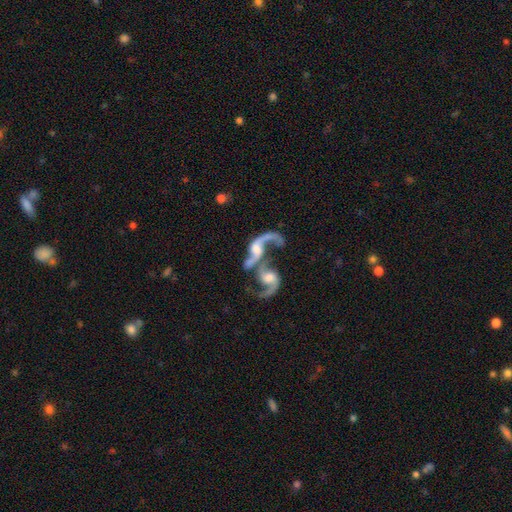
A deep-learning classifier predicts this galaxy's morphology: Q: Smooth or featured?
A: featured or disk (80%); runner-up: smooth (12%)
Q: Edge-on disk?
A: no (95%); runner-up: yes (5%)
Q: Bar?
A: no (57%); runner-up: weak (31%)
Q: Spiral arms?
A: yes (84%); runner-up: no (16%)
Q: Spiral winding?
A: loose (69%); runner-up: medium (24%)
Q: Spiral arm count?
A: 2 (68%); runner-up: 1 (22%)
Q: Bulge size?
A: moderate (50%); runner-up: small (25%)
Q: Merging?
A: merger (72%); runner-up: none (12%)